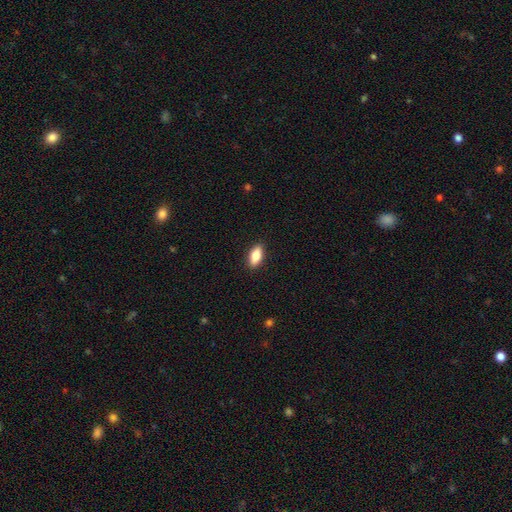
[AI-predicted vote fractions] Smooth or featured: smooth — 80% (featured or disk — 14%)
How rounded: in between — 84% (cigar-shaped — 12%)
Merging: none — 89% (minor disturbance — 8%)